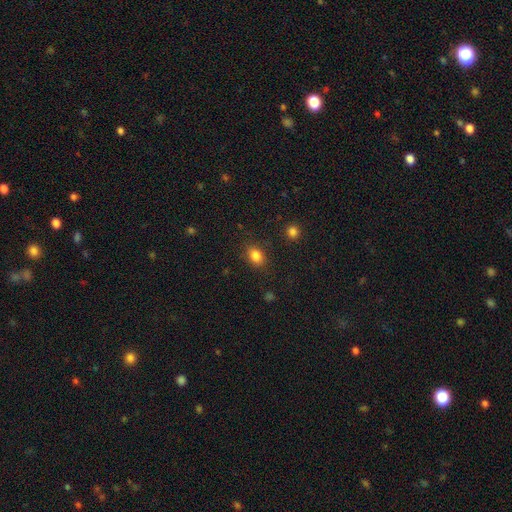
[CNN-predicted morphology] smooth-or-featured: smooth: 84% | star or artifact: 10% | featured or disk: 6%
  how-rounded: in between: 76% | round: 23% | cigar-shaped: 2%
  merging: none: 83% | minor disturbance: 12% | major disturbance: 4% | merger: 2%